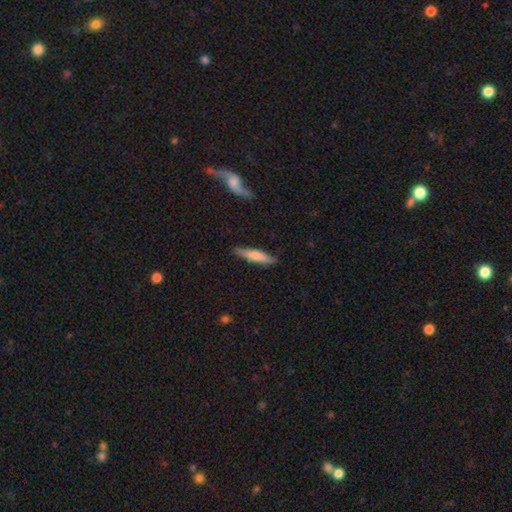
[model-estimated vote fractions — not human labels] Smooth or featured? Predicted: smooth (p=0.63). How rounded? Predicted: cigar-shaped (p=0.85). Merging? Predicted: none (p=0.85).